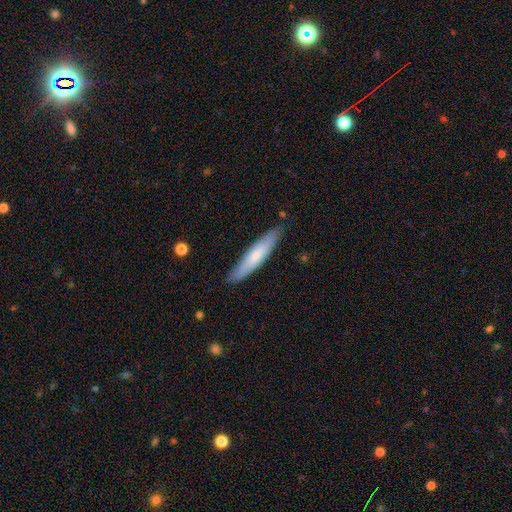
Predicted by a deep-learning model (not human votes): smooth-or-featured: smooth: 65% | featured or disk: 29% | star or artifact: 5%
  how-rounded: cigar-shaped: 86% | in between: 12% | round: 1%
  merging: none: 86% | minor disturbance: 11% | major disturbance: 2% | merger: 1%